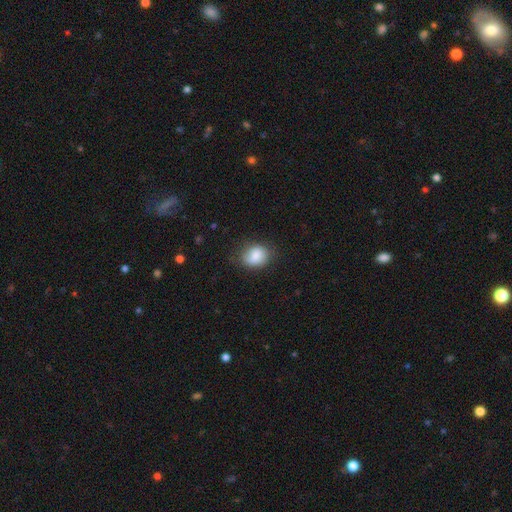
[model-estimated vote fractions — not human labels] smooth 83%, featured or disk 9%, star or artifact 8%. Down the decision tree: how rounded — round (53%); merging — none (76%).